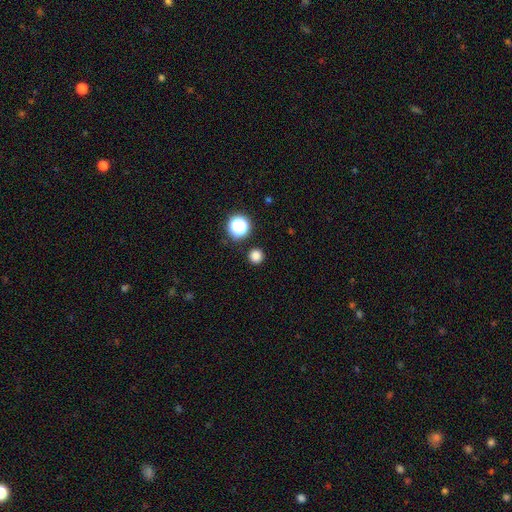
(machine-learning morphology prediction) A smooth galaxy with no disk features (81%) that is round (96%).

Vote fractions:
- Smooth or featured? smooth: 81% / star or artifact: 15% / featured or disk: 4%
- How rounded? round: 96% / in between: 3% / cigar-shaped: 1%
- Merging? none: 91% / minor disturbance: 5% / merger: 2% / major disturbance: 2%